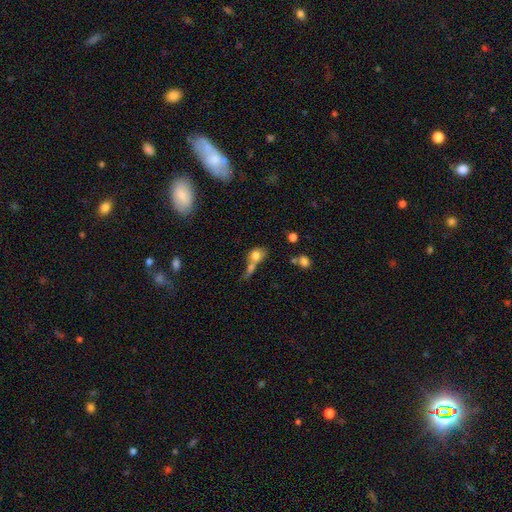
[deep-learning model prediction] A smooth galaxy with no disk features (73%) that is round (54%). Merging: merger (58%).